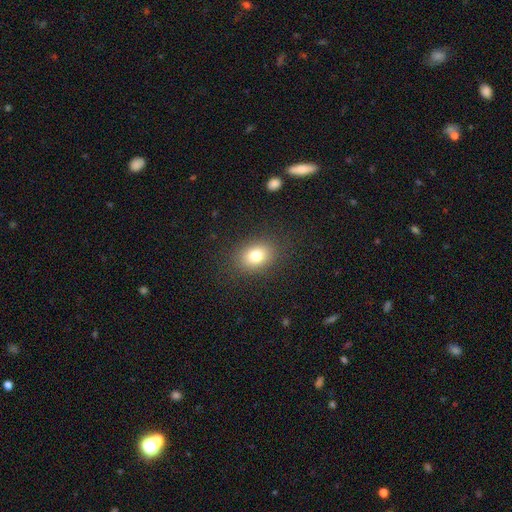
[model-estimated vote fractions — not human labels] Smooth or featured: smooth — 79% (star or artifact — 11%)
How rounded: in between — 67% (round — 32%)
Merging: none — 86% (minor disturbance — 9%)